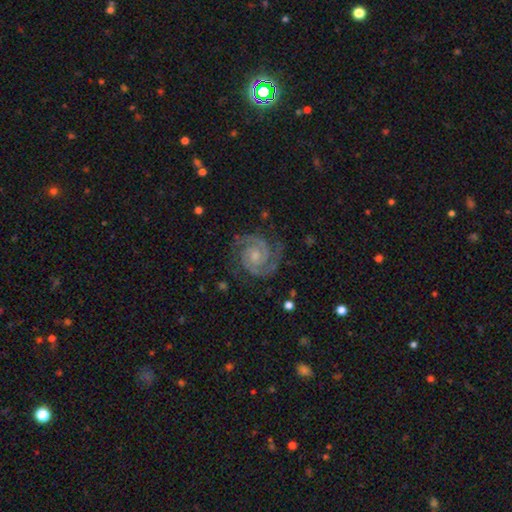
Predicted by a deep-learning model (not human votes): Morphology: type=featured or disk (92%); edge-on=no (98%); bar=no (63%); spiral arms=yes (99%); winding=tight (68%); arm count=2 (89%); bulge=small (59%); merging=none (81%).